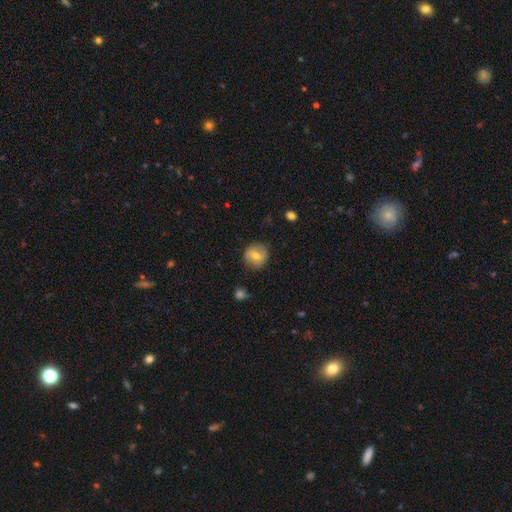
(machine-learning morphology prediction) smooth_or_featured: smooth (p=0.64) [alt: featured or disk p=0.27]
how_rounded: round (p=0.87) [alt: in between p=0.12]
merging: none (p=0.82) [alt: minor disturbance p=0.13]